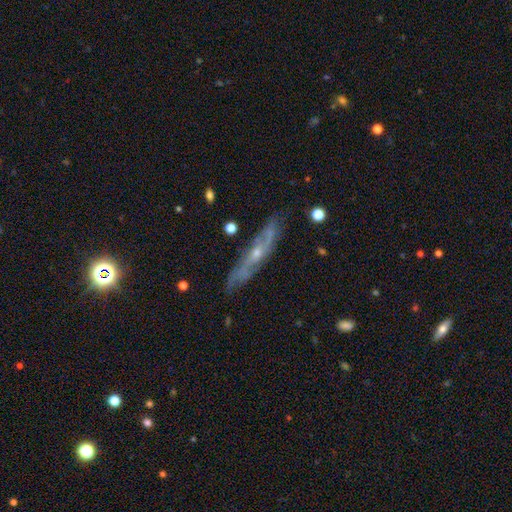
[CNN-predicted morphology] This is likely a featured or disk galaxy (64%). It is likely viewed edge-on (69%). Merging: clearly none (81%).